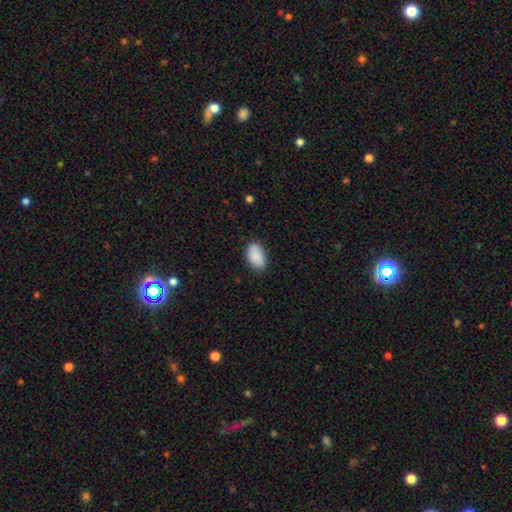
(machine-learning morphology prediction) This appears to be a smooth galaxy with no disk features (87%) that is in between round and cigar-shaped (92%). Merging: none (74%).